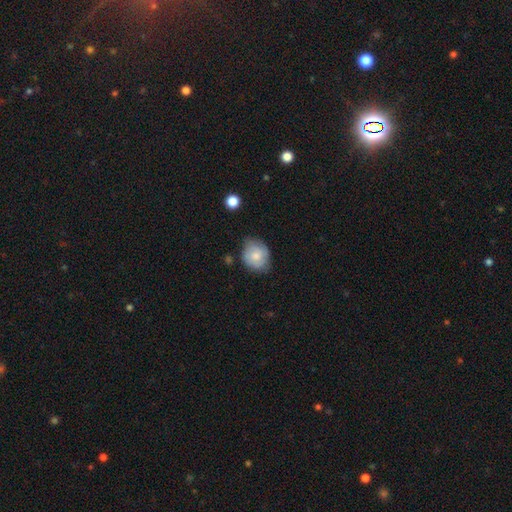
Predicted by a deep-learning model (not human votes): Morphology: type=smooth (70%); roundness=round (58%); merging=none (63%).